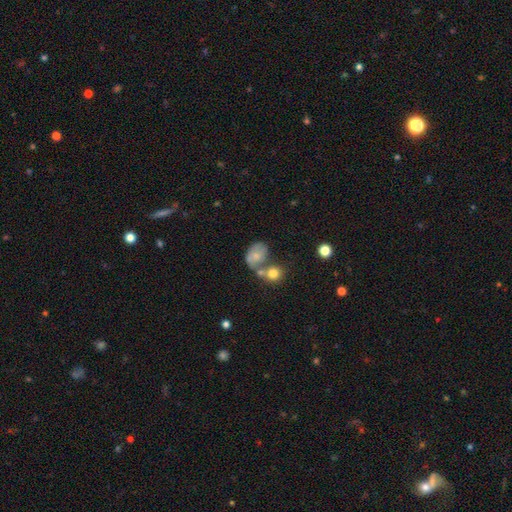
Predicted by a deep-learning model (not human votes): Q: Smooth or featured?
A: smooth (60%); runner-up: featured or disk (30%)
Q: How rounded?
A: in between (65%); runner-up: round (34%)
Q: Merging?
A: merger (39%); runner-up: none (30%)